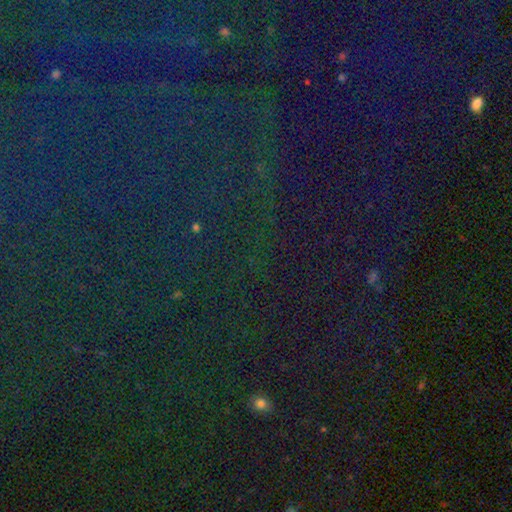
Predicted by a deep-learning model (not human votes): Smooth or featured? star or artifact (83%)